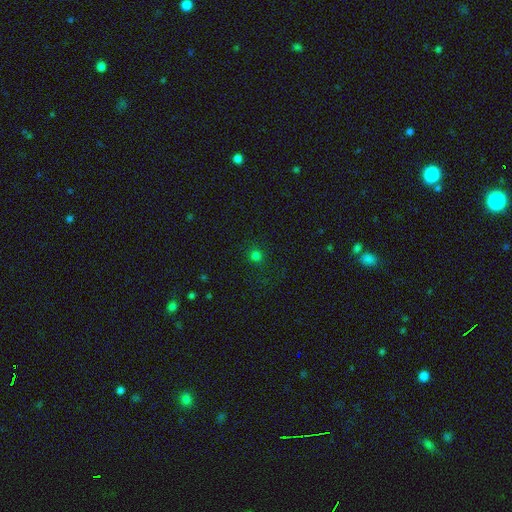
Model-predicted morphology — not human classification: Q: Smooth or featured?
A: smooth (75%); runner-up: star or artifact (21%)
Q: How rounded?
A: round (91%); runner-up: in between (8%)
Q: Merging?
A: none (88%); runner-up: minor disturbance (7%)